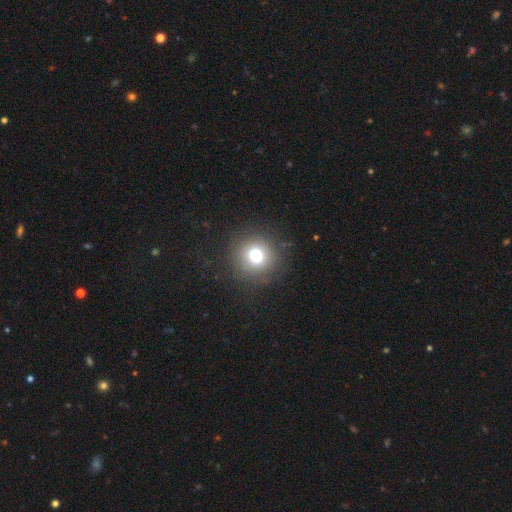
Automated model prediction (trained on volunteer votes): Morphology: type=smooth (75%); roundness=round (93%); merging=none (87%).